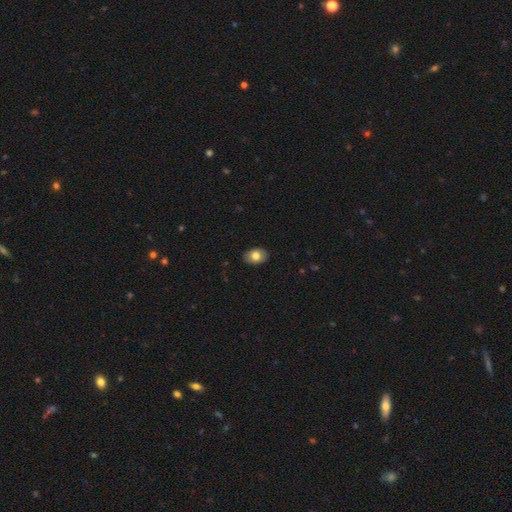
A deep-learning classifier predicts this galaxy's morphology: smooth_or_featured: smooth (p=0.78) [alt: featured or disk p=0.14]
how_rounded: in between (p=0.81) [alt: round p=0.18]
merging: none (p=0.88) [alt: minor disturbance p=0.10]